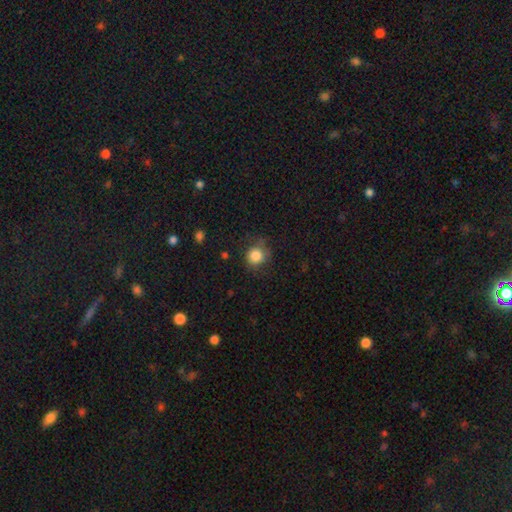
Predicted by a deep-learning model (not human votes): smooth-or-featured: smooth: 84% | star or artifact: 10% | featured or disk: 6%
  how-rounded: round: 86% | in between: 13% | cigar-shaped: 1%
  merging: none: 71% | minor disturbance: 21% | major disturbance: 7% | merger: 2%